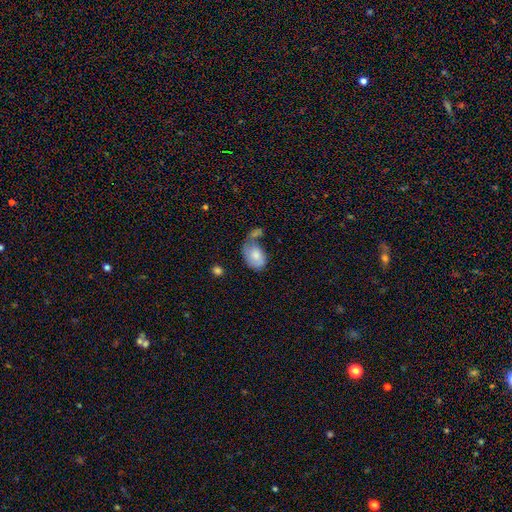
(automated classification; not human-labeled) Morphology: type=smooth (71%); roundness=in between (85%); merging=none (27%).